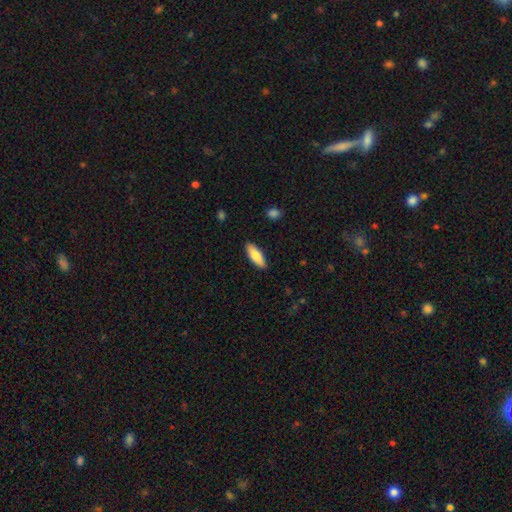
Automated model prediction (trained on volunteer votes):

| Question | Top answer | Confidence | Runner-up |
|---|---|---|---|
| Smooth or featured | smooth | 82% | featured or disk (13%) |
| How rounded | in between | 68% | cigar-shaped (30%) |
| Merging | none | 88% | minor disturbance (9%) |